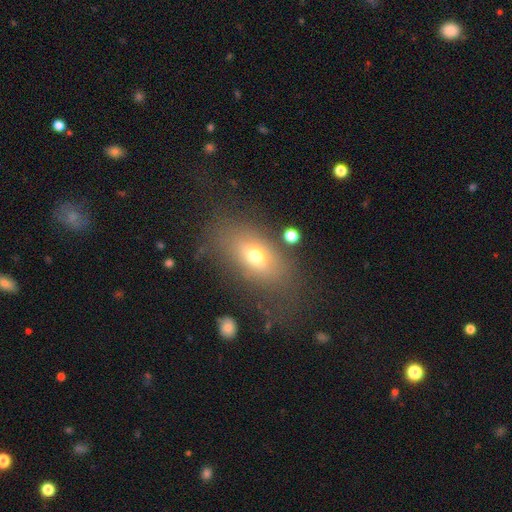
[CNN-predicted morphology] Smooth or featured?
  - smooth: 64% *
  - featured or disk: 23%
  - star or artifact: 13%
How rounded?
  - in between: 81% *
  - round: 12%
  - cigar-shaped: 7%
Merging?
  - none: 65% *
  - minor disturbance: 17%
  - major disturbance: 14%
  - merger: 4%